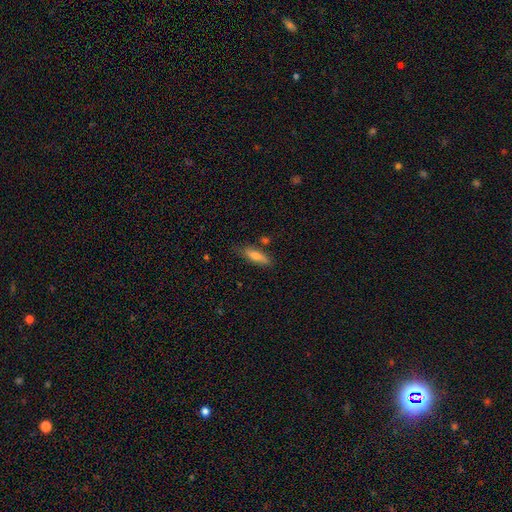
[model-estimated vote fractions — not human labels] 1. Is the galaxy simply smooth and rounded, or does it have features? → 70% smooth, 23% featured or disk, 7% star or artifact.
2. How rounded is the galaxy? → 63% cigar-shaped, 35% in between, 2% round.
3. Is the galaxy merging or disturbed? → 76% none, 16% minor disturbance, 5% merger, 3% major disturbance.